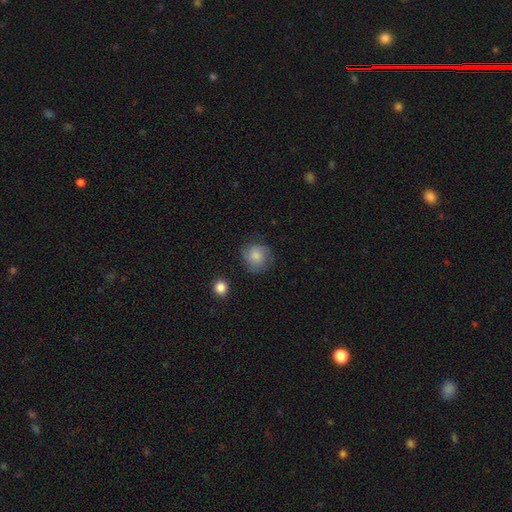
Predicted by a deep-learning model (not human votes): The model was most divided on "smooth or featured": smooth: 72%, featured or disk: 20%, star or artifact: 9%. More confident: how rounded — round (89%); merging — none (74%).